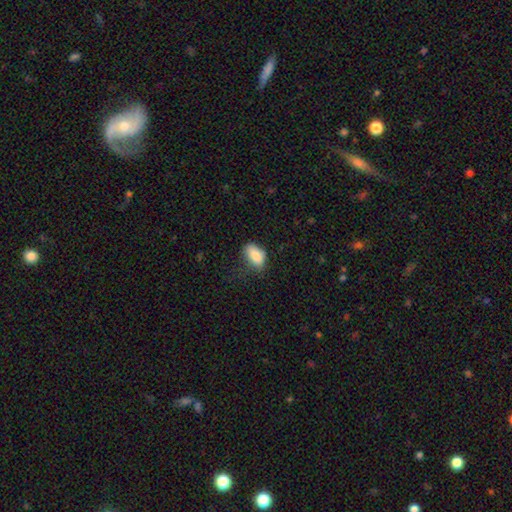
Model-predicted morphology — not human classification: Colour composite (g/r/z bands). It shows a smooth galaxy with no disk features (85%) that is in between round and cigar-shaped (90%). Merging: none (51%).